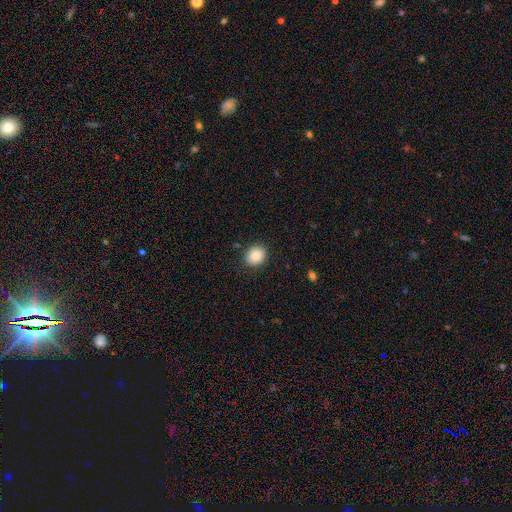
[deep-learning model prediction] smooth_or_featured: smooth (p=0.84) [alt: star or artifact p=0.09]
how_rounded: round (p=0.71) [alt: in between p=0.28]
merging: none (p=0.88) [alt: minor disturbance p=0.08]